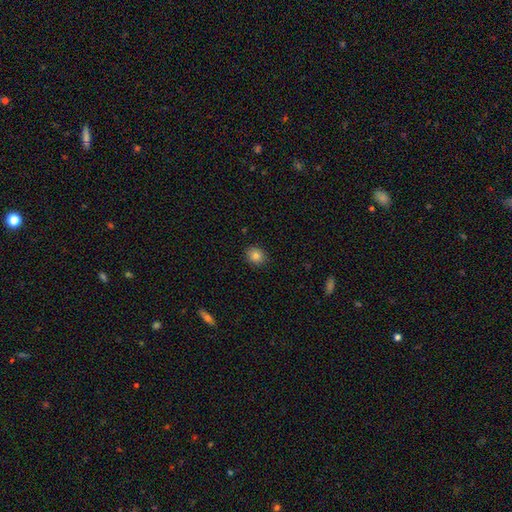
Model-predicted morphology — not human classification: This appears to be a smooth galaxy with no disk features (82%) that is round (70%). Merging: none (89%).